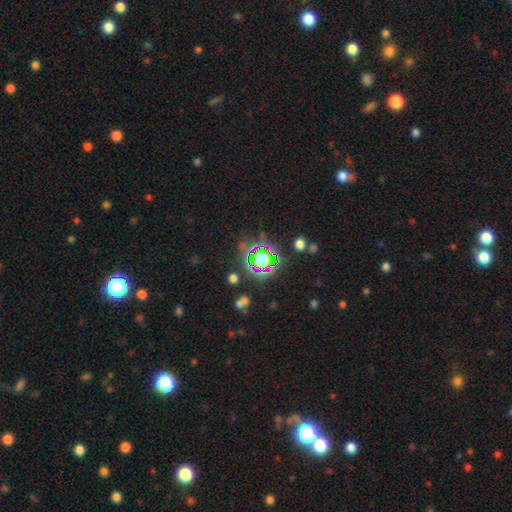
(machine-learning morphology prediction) Q: Smooth or featured?
A: star or artifact (79%); runner-up: smooth (13%)